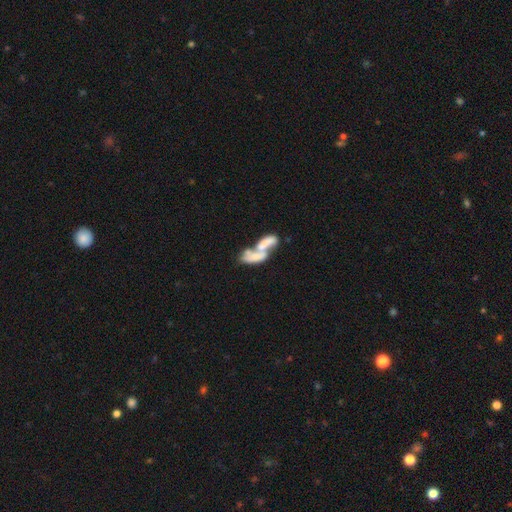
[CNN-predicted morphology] smooth_or_featured: featured or disk (p=0.47) [alt: smooth p=0.44]
merging: merger (p=0.70) [alt: major disturbance p=0.13]